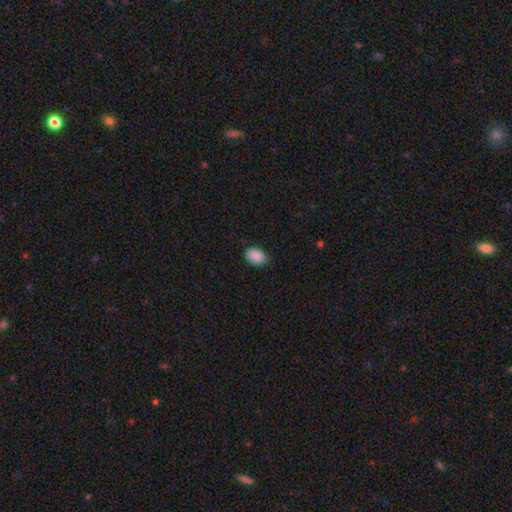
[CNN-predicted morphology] This is clearly a smooth galaxy (89%). How rounded: clearly in between (85%). Merging: clearly none (82%).